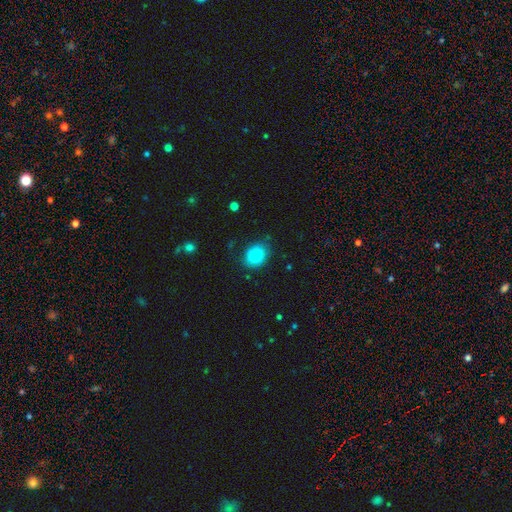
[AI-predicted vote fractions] Smooth or featured? smooth (84%)
How rounded? round (50%)
Merging? none (75%)